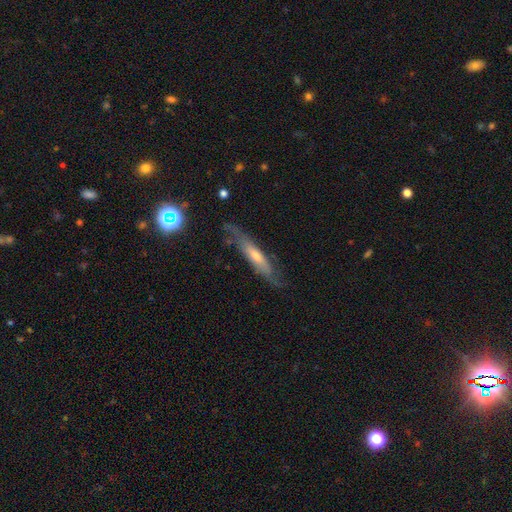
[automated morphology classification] Smooth or featured? featured or disk (59%)
Edge-on disk? yes (63%)
Merging? none (67%)